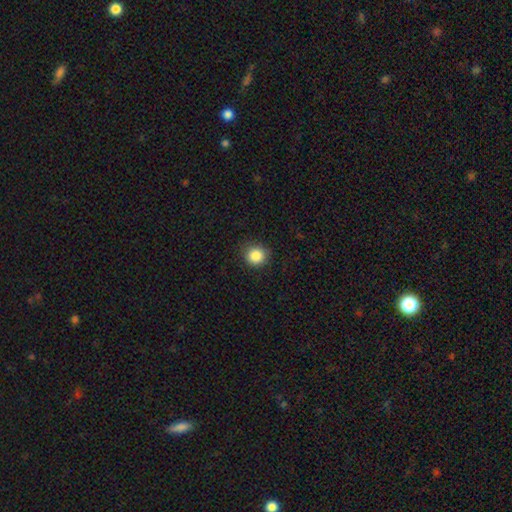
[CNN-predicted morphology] This is clearly a smooth galaxy (86%). How rounded: clearly round (88%). Merging: clearly none (85%).